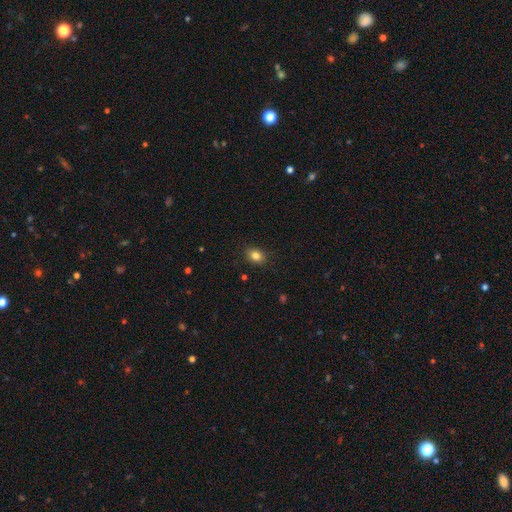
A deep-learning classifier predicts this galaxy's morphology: This appears to be a smooth galaxy with no disk features (83%) that is in between round and cigar-shaped (62%). Merging: none (88%).